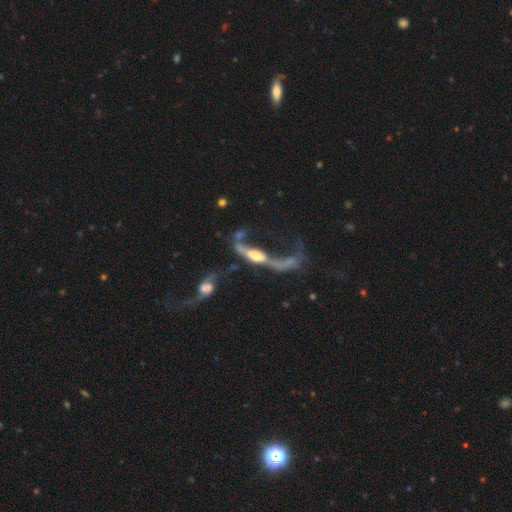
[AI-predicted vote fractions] The model was most divided on "merging": merger: 40%, major disturbance: 36%, none: 14%, minor disturbance: 10%. More confident: smooth or featured — featured or disk (68%); edge-on disk — no (62%).